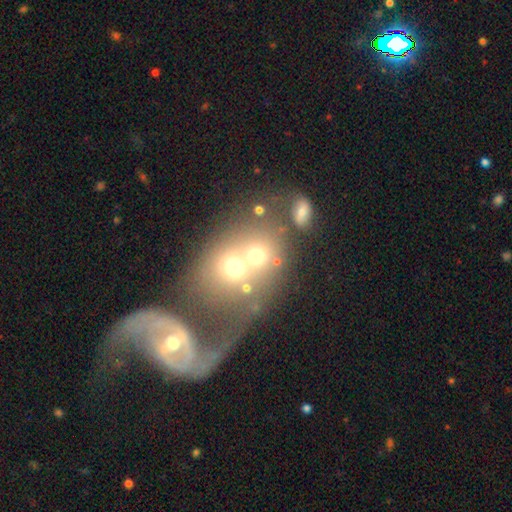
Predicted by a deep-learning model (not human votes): This is likely a smooth galaxy (61%). How rounded: likely round (70%). Merging: possibly merger (57%).